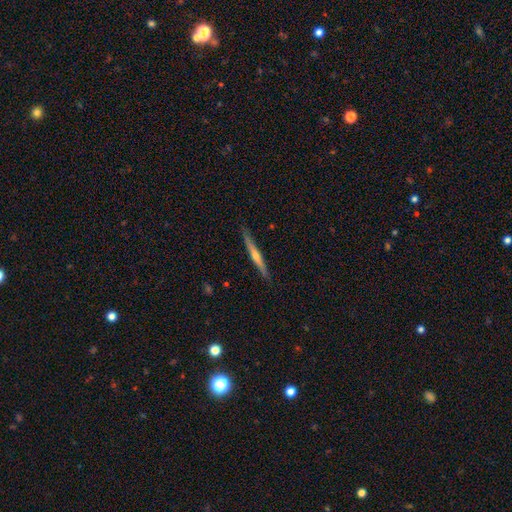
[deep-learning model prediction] Overall: featured or disk (69%). Edge-on disk: yes (98%). Edge-on bulge: rounded (77%). Merging: none (90%).